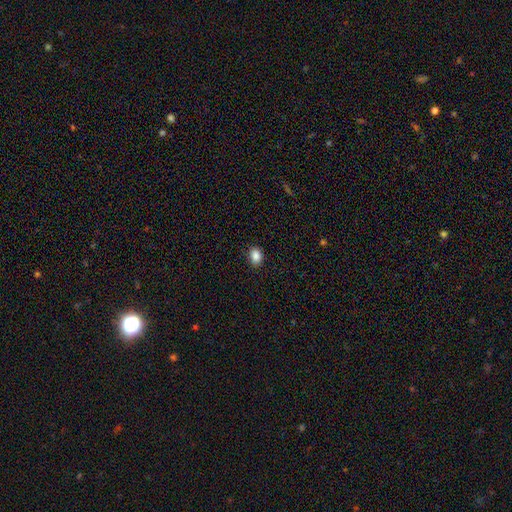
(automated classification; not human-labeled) smooth 87%, star or artifact 9%, featured or disk 4%. Down the decision tree: how rounded — in between (67%); merging — none (88%).